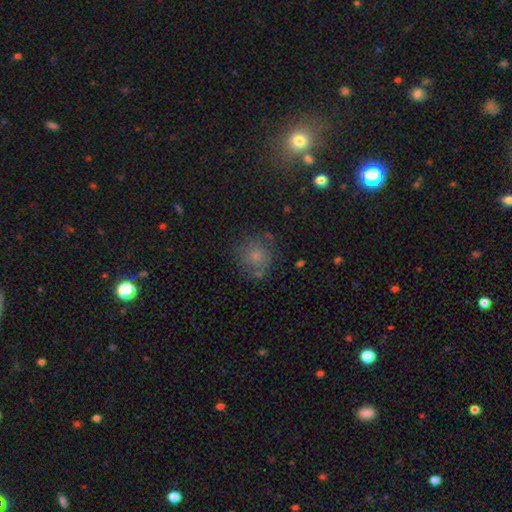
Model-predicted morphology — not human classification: smooth_or_featured: smooth (p=0.71) [alt: featured or disk p=0.16]
how_rounded: round (p=0.87) [alt: in between p=0.12]
merging: none (p=0.67) [alt: minor disturbance p=0.18]